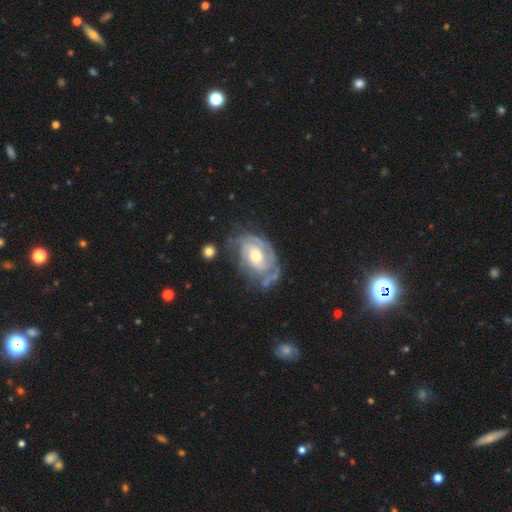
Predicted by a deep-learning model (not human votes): Smooth or featured: featured or disk — 84% (smooth — 10%)
Edge-on disk: no — 96% (yes — 4%)
Bar: no — 66% (weak — 27%)
Spiral arms: yes — 93% (no — 7%)
Spiral winding: tight — 67% (medium — 26%)
Spiral arm count: can't tell — 35% (2 — 29%)
Bulge size: moderate — 67% (small — 22%)
Merging: none — 58% (minor disturbance — 25%)